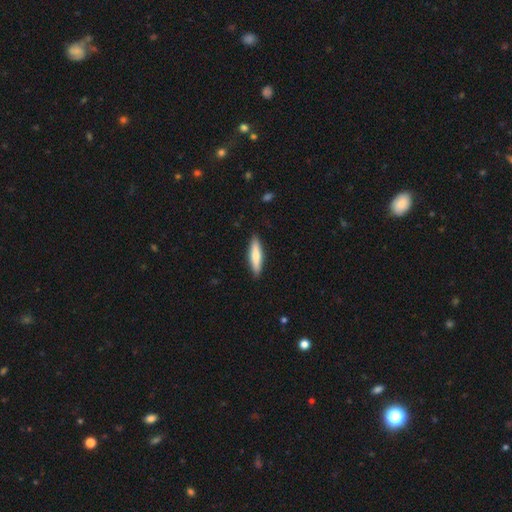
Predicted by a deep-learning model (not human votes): A smooth galaxy with no disk features (72%) that is cigar-shaped (78%). Merging: none (89%).